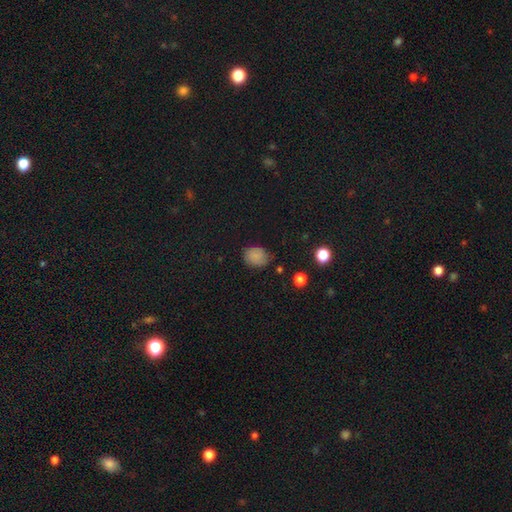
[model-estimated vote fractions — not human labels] This appears to be a smooth galaxy with no disk features (82%) that is round (51%). Merging: none (73%).